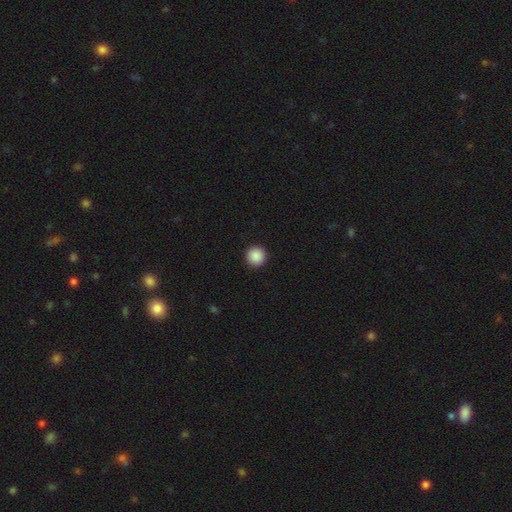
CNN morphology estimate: smooth 89%, star or artifact 9%, featured or disk 3%. Down the decision tree: how rounded — round (96%); merging — none (93%).